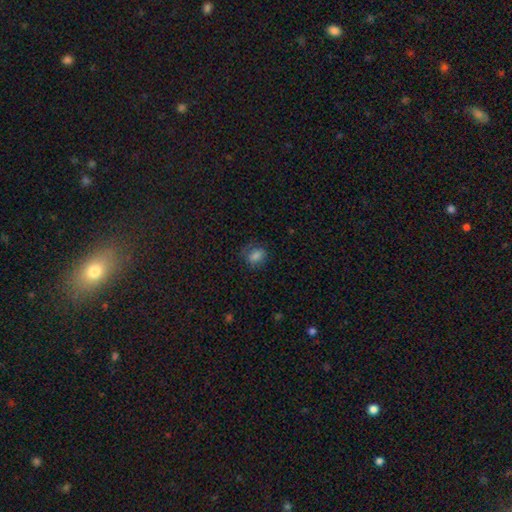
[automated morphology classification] This is likely a smooth galaxy (76%). How rounded: possibly in between (56%). Merging: likely none (66%).